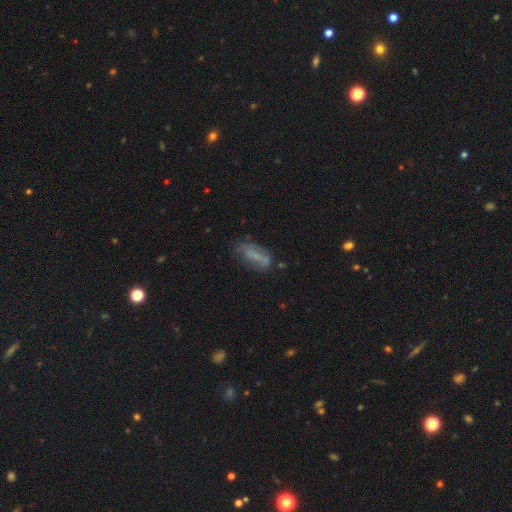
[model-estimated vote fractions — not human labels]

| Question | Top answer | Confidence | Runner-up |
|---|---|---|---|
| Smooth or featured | smooth | 56% | featured or disk (33%) |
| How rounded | in between | 68% | cigar-shaped (29%) |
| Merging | none | 55% | minor disturbance (27%) |